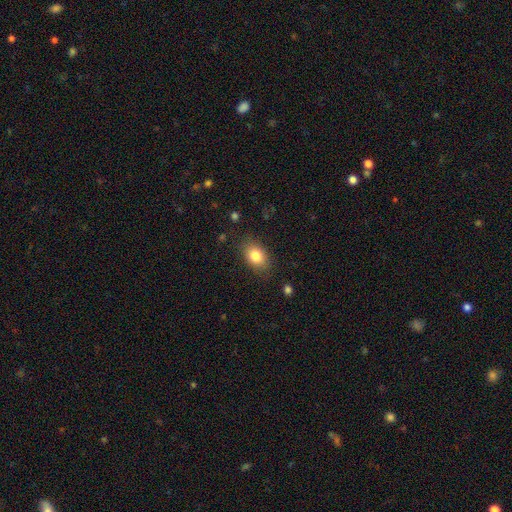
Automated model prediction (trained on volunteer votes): Smooth or featured? Predicted: smooth (p=0.82). How rounded? Predicted: in between (p=0.77). Merging? Predicted: none (p=0.83).